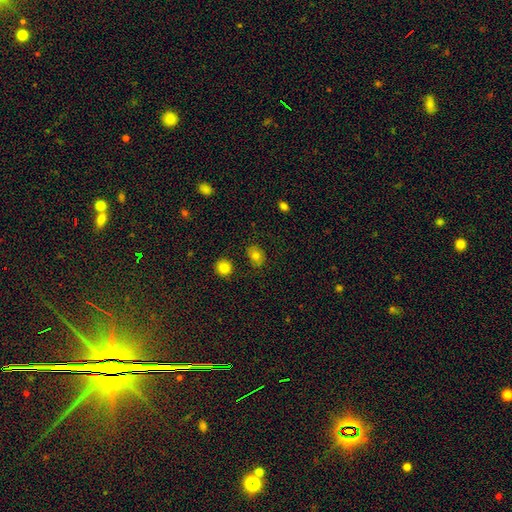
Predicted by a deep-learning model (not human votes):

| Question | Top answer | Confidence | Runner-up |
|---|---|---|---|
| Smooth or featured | smooth | 77% | featured or disk (12%) |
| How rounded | in between | 56% | round (43%) |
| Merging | none | 80% | minor disturbance (14%) |